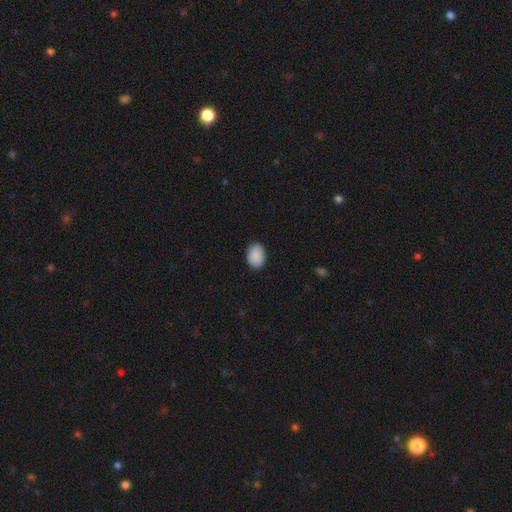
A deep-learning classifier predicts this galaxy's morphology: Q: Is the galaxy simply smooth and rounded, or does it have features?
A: smooth — 90%.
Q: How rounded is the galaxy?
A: in between — 77%.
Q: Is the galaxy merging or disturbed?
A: none — 87%.